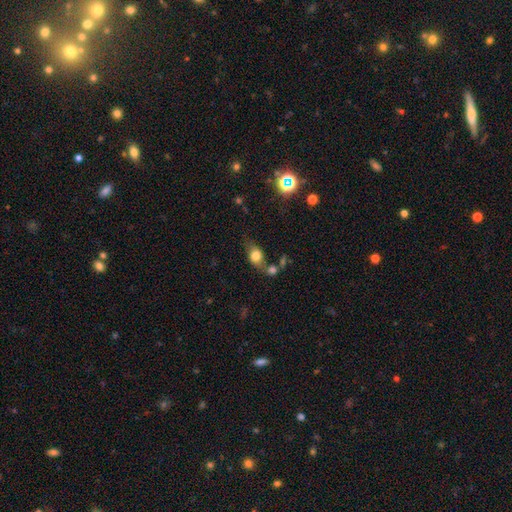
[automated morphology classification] This is likely a smooth galaxy (73%). How rounded: likely in between (63%). Merging: possibly none (47%).